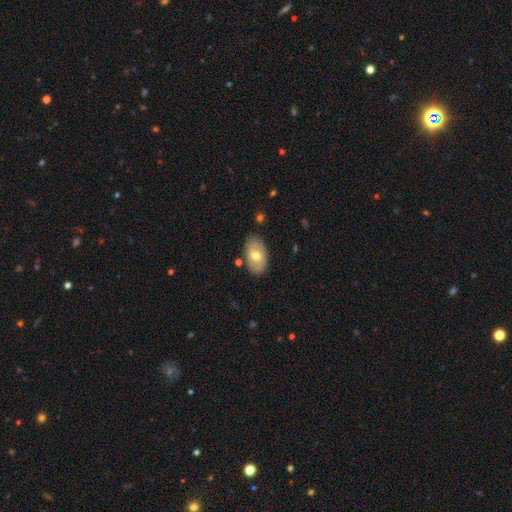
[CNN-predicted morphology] Smooth or featured?
  - smooth: 63% *
  - featured or disk: 31%
  - star or artifact: 6%
How rounded?
  - in between: 92% *
  - round: 7%
  - cigar-shaped: 1%
Merging?
  - none: 80% *
  - minor disturbance: 14%
  - major disturbance: 3%
  - merger: 3%